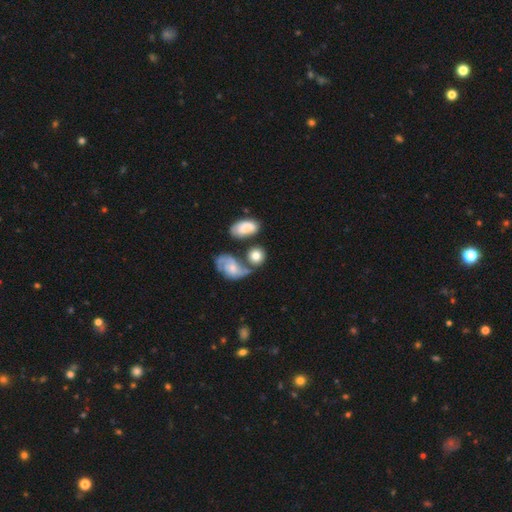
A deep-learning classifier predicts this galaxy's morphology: Smooth or featured?
  - smooth: 69% *
  - featured or disk: 23%
  - star or artifact: 8%
How rounded?
  - round: 64% *
  - in between: 34%
  - cigar-shaped: 2%
Merging?
  - none: 50% *
  - merger: 27%
  - minor disturbance: 15%
  - major disturbance: 7%